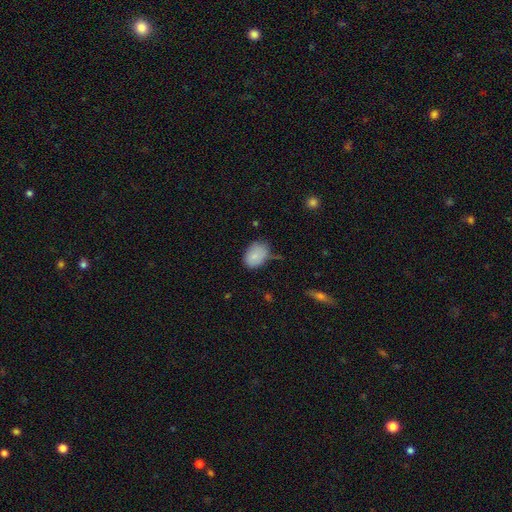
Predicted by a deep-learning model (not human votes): A smooth galaxy with no disk features (83%) that is in between round and cigar-shaped (78%). Merging: none (54%).